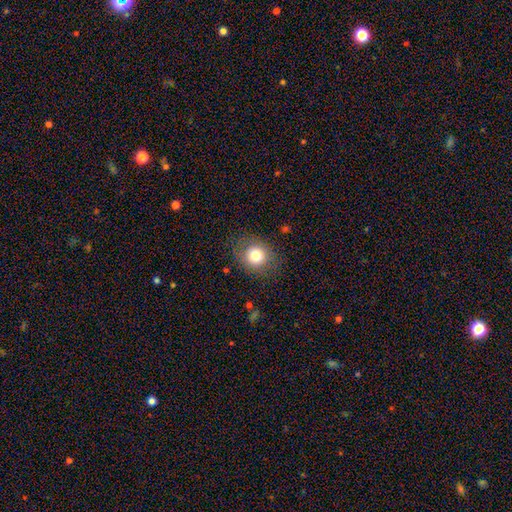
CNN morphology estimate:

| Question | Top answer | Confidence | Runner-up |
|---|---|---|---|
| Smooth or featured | smooth | 77% | featured or disk (12%) |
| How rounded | round | 72% | in between (27%) |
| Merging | none | 82% | minor disturbance (12%) |